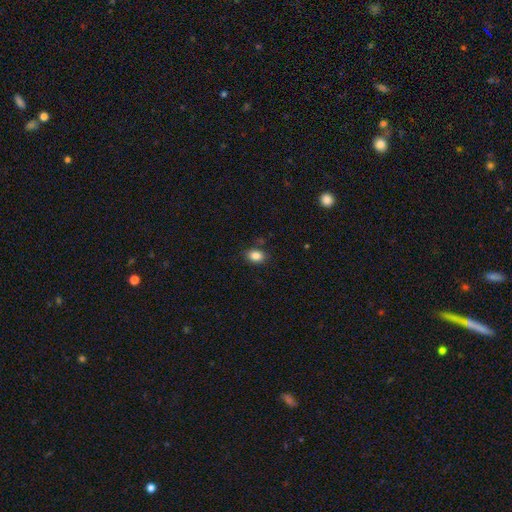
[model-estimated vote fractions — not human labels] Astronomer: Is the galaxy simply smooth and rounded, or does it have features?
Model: smooth — 86%.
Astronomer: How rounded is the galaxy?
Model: in between — 70%.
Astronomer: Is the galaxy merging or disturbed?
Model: none — 85%.